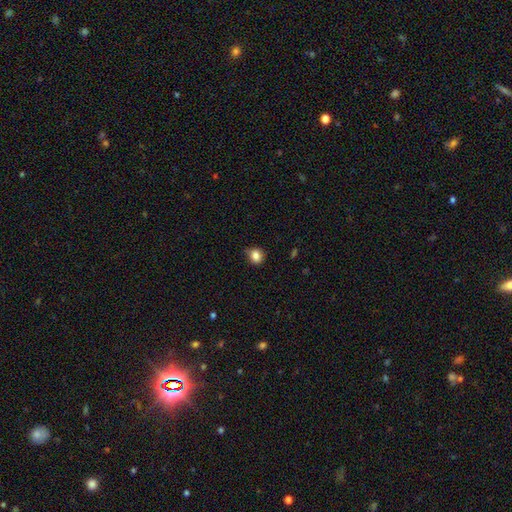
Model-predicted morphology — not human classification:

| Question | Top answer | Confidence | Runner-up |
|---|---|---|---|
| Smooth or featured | smooth | 84% | star or artifact (10%) |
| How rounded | round | 78% | in between (21%) |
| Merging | none | 73% | minor disturbance (21%) |